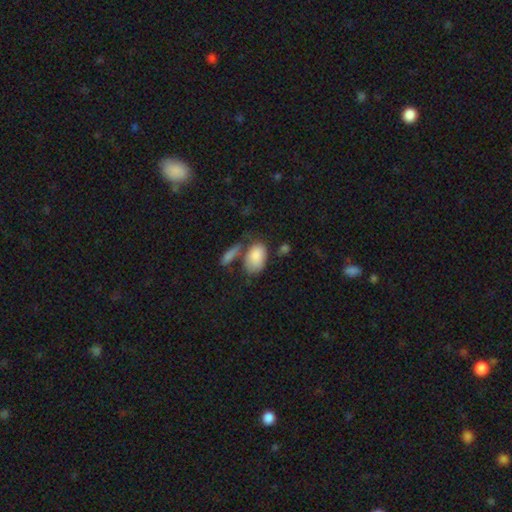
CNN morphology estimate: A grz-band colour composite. It shows a smooth galaxy with no disk features (84%) that is in between round and cigar-shaped (90%). Merging: none (48%).